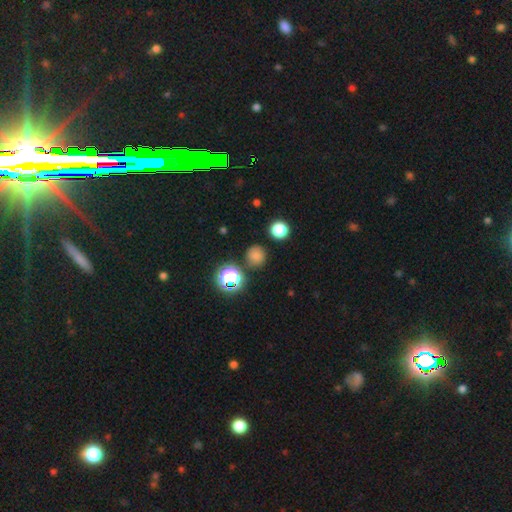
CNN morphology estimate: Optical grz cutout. It shows a smooth galaxy with no disk features (73%) that is round (90%). Merging: none (82%).